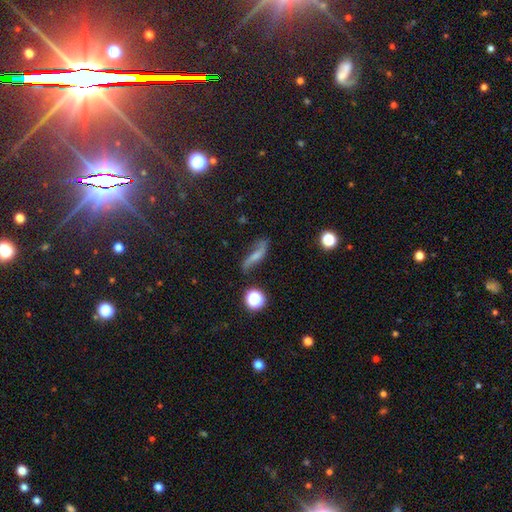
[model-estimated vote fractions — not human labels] smooth_or_featured: featured or disk (p=0.49) [alt: smooth p=0.38]
merging: none (p=0.58) [alt: minor disturbance p=0.23]